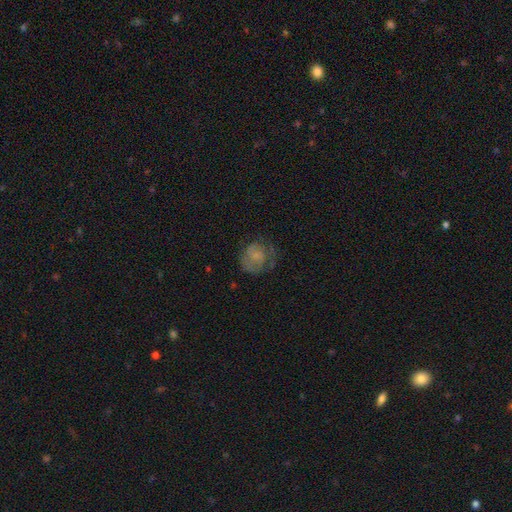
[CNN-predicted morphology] This is possibly a smooth galaxy (49%). Merging: possibly none (54%).